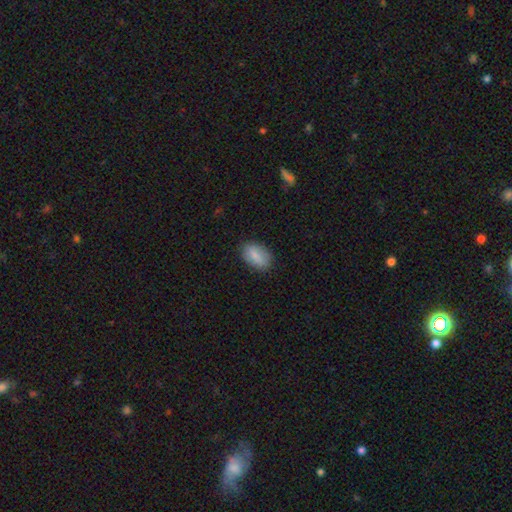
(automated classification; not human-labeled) The model was most divided on "merging": none: 83%, minor disturbance: 13%, major disturbance: 3%, merger: 1%. More confident: how rounded — in between (90%); smooth or featured — smooth (84%).